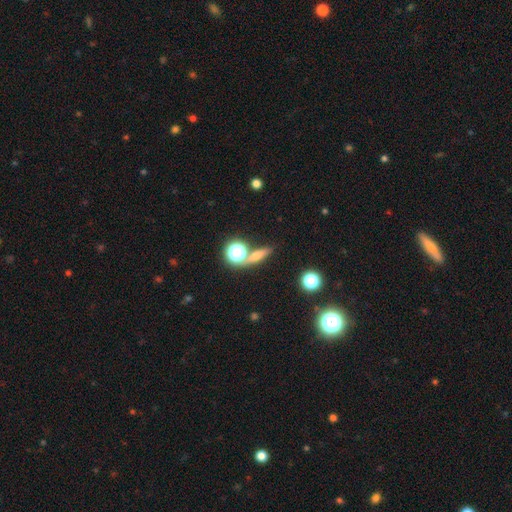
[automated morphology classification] This is possibly a smooth galaxy (53%). How rounded: possibly cigar-shaped (48%). Merging: likely none (72%).